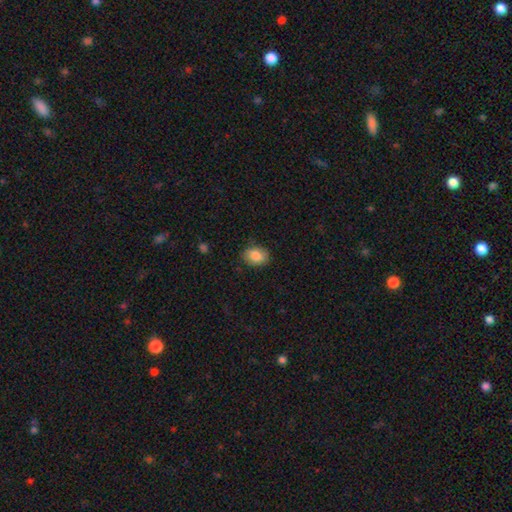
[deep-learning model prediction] Overall: smooth (85%). How rounded: in between (67%; round 32%). Merging: none (83%).